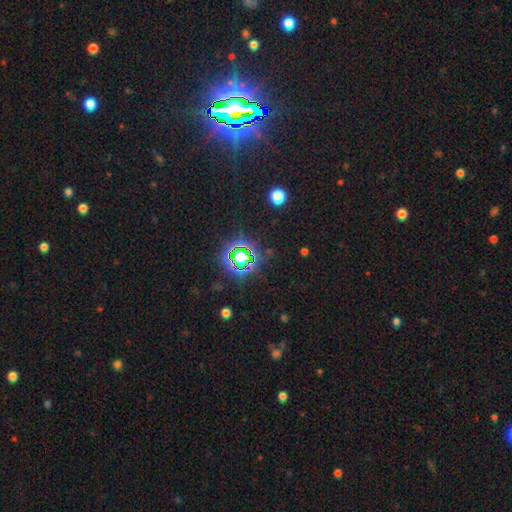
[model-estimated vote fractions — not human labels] This is clearly a star or artifact rather than a galaxy (83%).